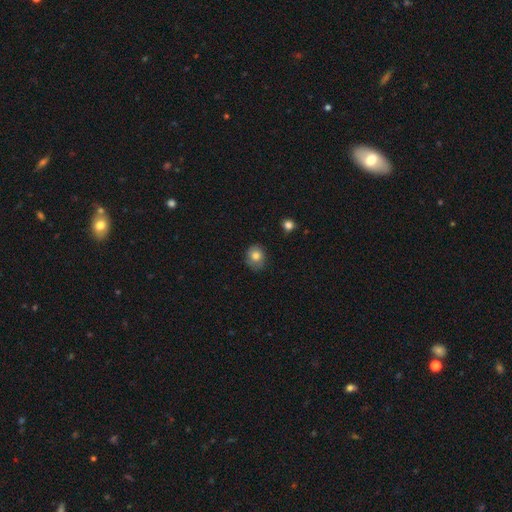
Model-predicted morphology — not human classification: Smooth or featured? Predicted: smooth (p=0.77). How rounded? Predicted: round (p=0.66). Merging? Predicted: none (p=0.74).